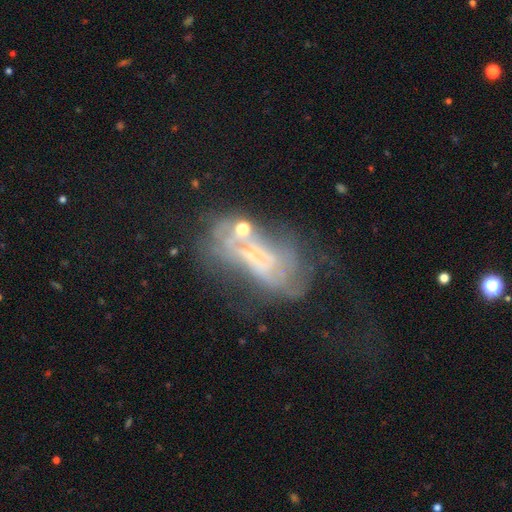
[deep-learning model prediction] Smooth or featured? featured or disk (61%)
Edge-on disk? no (93%)
Bar? no (72%)
Spiral arms? no (64%)
Bulge size? none (48%)
Merging? major disturbance (37%)